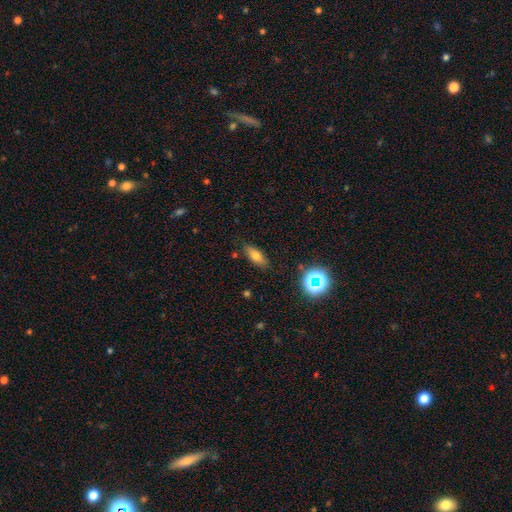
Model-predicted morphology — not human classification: Smooth or featured: smooth — 71% (featured or disk — 17%)
How rounded: in between — 70% (cigar-shaped — 25%)
Merging: none — 84% (minor disturbance — 12%)